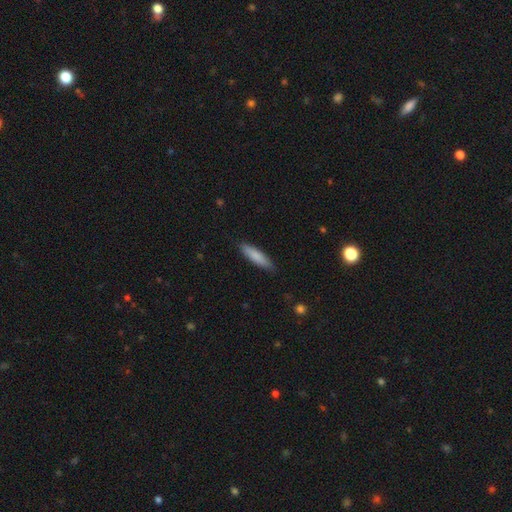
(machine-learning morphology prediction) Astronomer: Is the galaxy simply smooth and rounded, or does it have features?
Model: smooth — 83%.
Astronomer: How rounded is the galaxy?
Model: cigar-shaped — 73%.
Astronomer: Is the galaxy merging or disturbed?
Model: none — 86%.